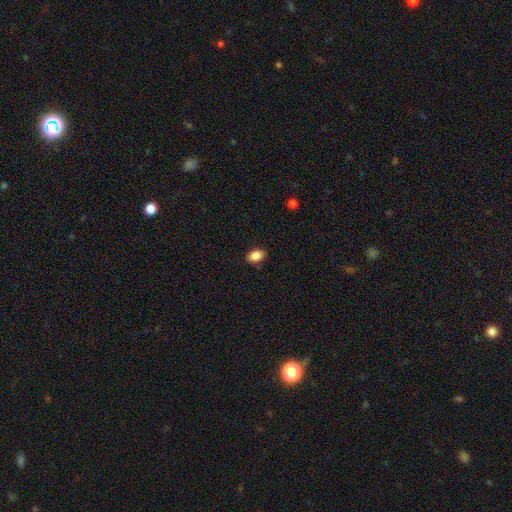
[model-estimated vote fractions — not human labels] A smooth galaxy with no disk features (88%) that is in between round and cigar-shaped (86%).

Vote fractions:
- Smooth or featured? smooth: 88% / star or artifact: 8% / featured or disk: 4%
- How rounded? in between: 86% / round: 12% / cigar-shaped: 2%
- Merging? none: 86% / minor disturbance: 11% / major disturbance: 2% / merger: 1%